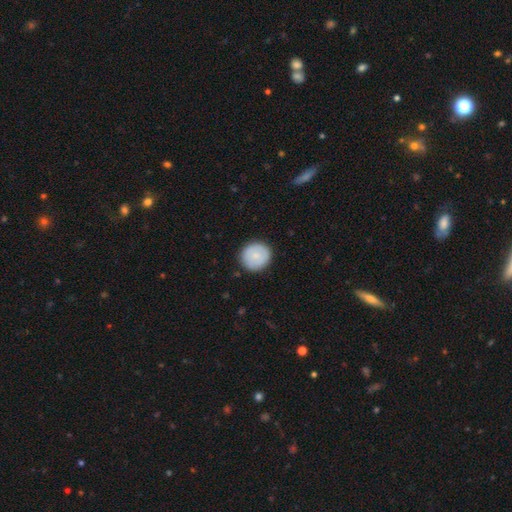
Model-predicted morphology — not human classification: smooth 80%, featured or disk 14%, star or artifact 6%. Down the decision tree: how rounded — round (93%); merging — none (90%).